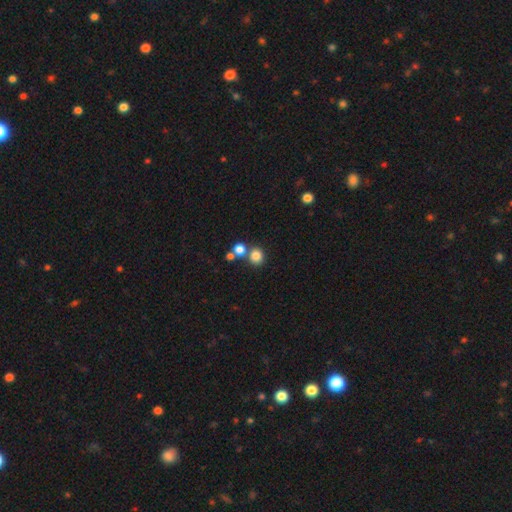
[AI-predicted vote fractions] A smooth galaxy with no disk features (81%) that is round (83%). Merging: none (62%).